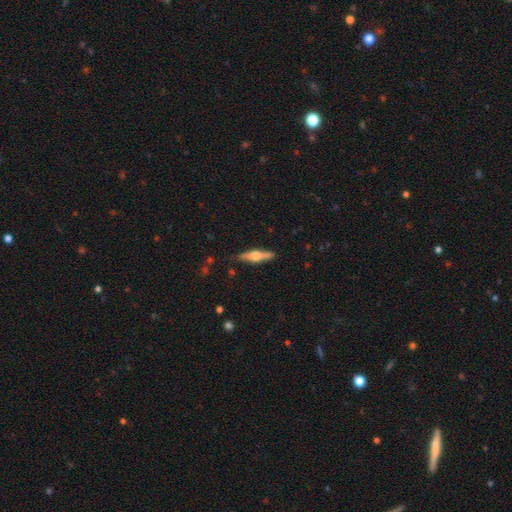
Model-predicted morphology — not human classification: This appears to be a featured or disk galaxy (65%) viewed edge-on (96%) with a rounded central bulge (89%). Merging: none (85%).